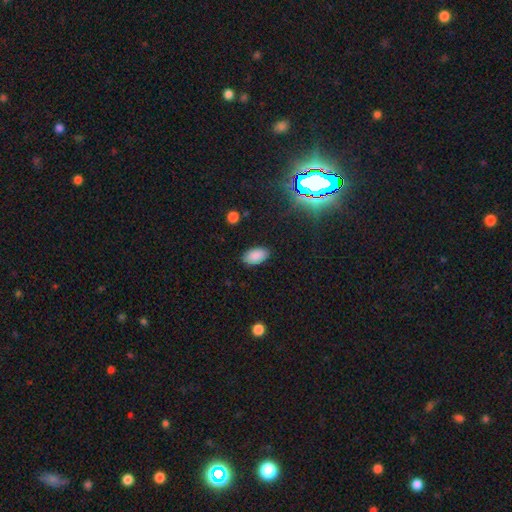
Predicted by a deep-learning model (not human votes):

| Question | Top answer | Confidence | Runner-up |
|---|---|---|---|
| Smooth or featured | smooth | 86% | star or artifact (9%) |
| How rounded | in between | 94% | round (4%) |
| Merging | none | 87% | minor disturbance (10%) |